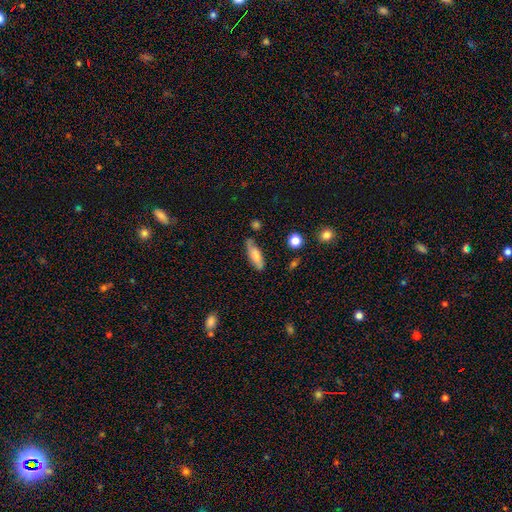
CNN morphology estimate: A smooth galaxy with no disk features (68%) that is in between round and cigar-shaped (49%).

Vote fractions:
- Smooth or featured? smooth: 68% / featured or disk: 25% / star or artifact: 7%
- How rounded? in between: 49% / cigar-shaped: 48% / round: 2%
- Merging? none: 68% / minor disturbance: 22% / major disturbance: 5% / merger: 4%